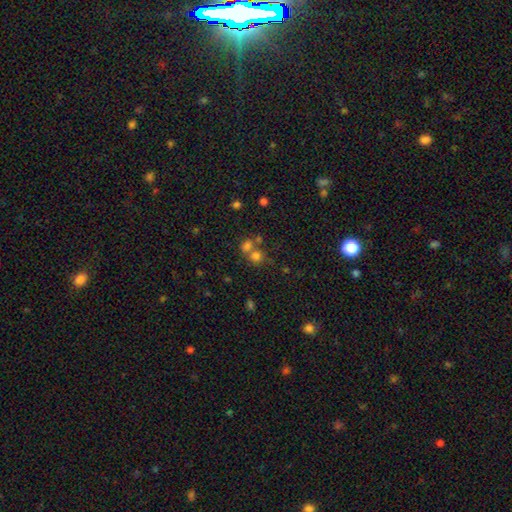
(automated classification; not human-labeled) Smooth or featured?
  - smooth: 71% *
  - star or artifact: 19%
  - featured or disk: 10%
How rounded?
  - round: 80% *
  - in between: 19%
  - cigar-shaped: 1%
Merging?
  - none: 46% *
  - merger: 43%
  - minor disturbance: 8%
  - major disturbance: 4%